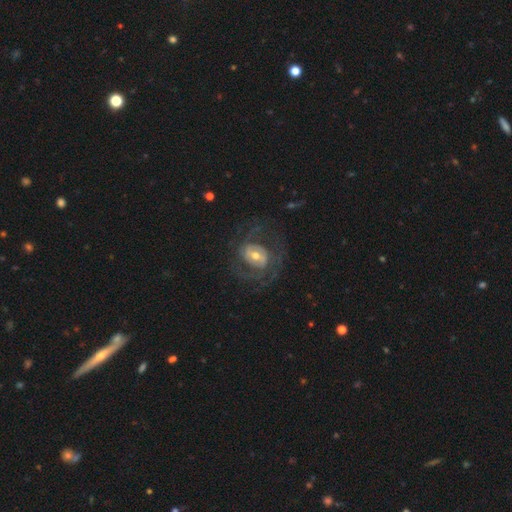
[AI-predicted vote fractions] Smooth or featured? featured or disk (78%)
Edge-on disk? no (97%)
Bar? weak (42%)
Spiral arms? yes (83%)
Spiral winding? medium (45%)
Spiral arm count? 2 (54%)
Bulge size? moderate (62%)
Merging? none (61%)